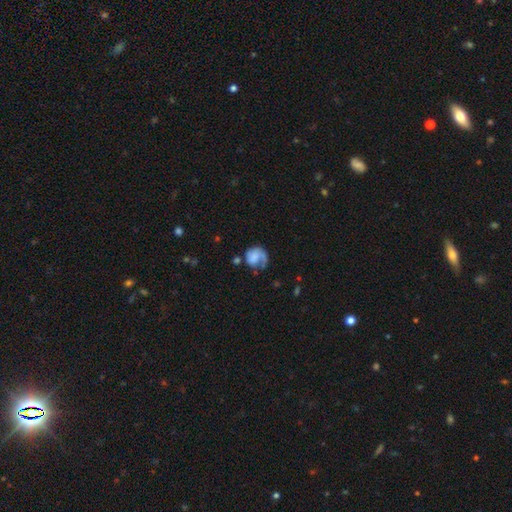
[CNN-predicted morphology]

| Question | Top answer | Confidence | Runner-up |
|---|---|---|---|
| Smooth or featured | featured or disk | 52% | smooth (41%) |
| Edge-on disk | no | 98% | yes (2%) |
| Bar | no | 74% | weak (21%) |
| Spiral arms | yes | 83% | no (17%) |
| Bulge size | none | 50% | small (20%) |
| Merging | none | 41% | major disturbance (32%) |